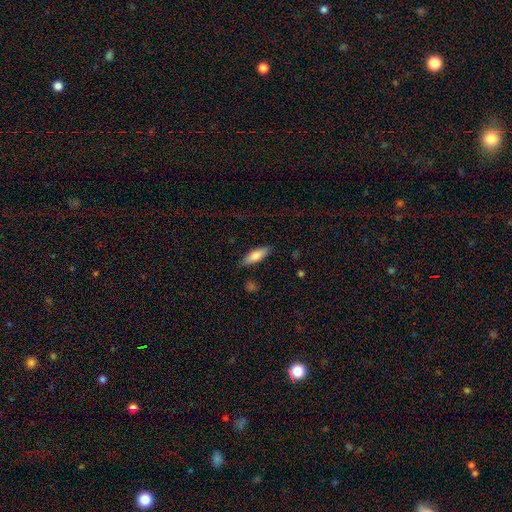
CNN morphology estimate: This is likely a smooth galaxy (79%). How rounded: possibly in between (59%). Merging: clearly none (83%).